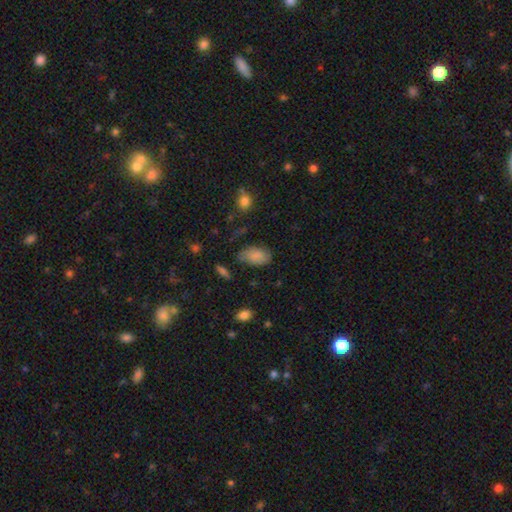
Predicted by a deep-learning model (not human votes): A smooth galaxy with no disk features (83%) that is in between round and cigar-shaped (93%). Merging: none (66%).